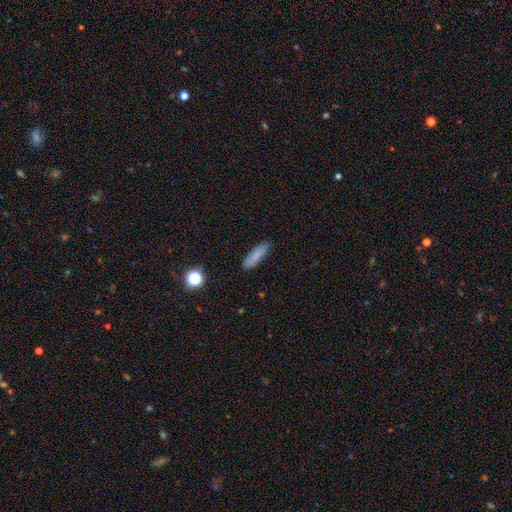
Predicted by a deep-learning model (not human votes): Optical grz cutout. It shows a smooth galaxy with no disk features (80%) that is cigar-shaped (61%). Merging: none (85%).